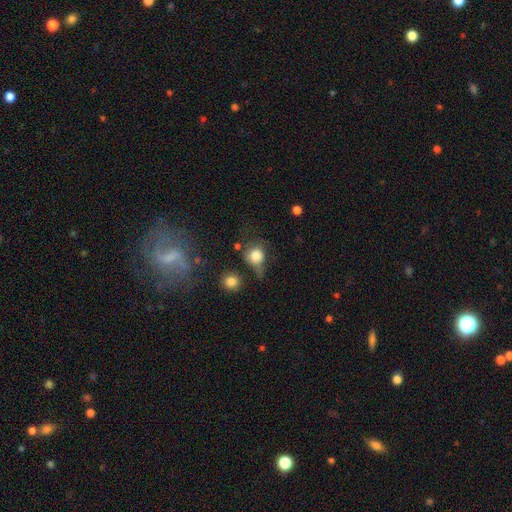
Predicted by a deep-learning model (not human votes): Overall: smooth (76%). How rounded: round (80%). Merging: none (41%; minor disturbance 27%).